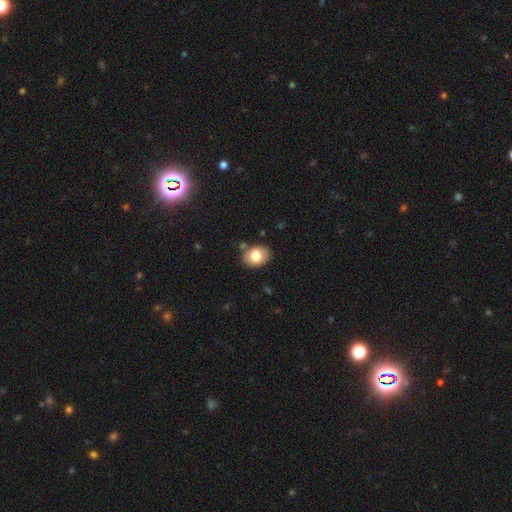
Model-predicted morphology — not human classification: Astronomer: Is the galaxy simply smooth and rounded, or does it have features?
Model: smooth — 80%.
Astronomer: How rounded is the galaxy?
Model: in between — 58% (runner-up: round, 42%).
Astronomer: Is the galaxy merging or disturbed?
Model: none — 80%.